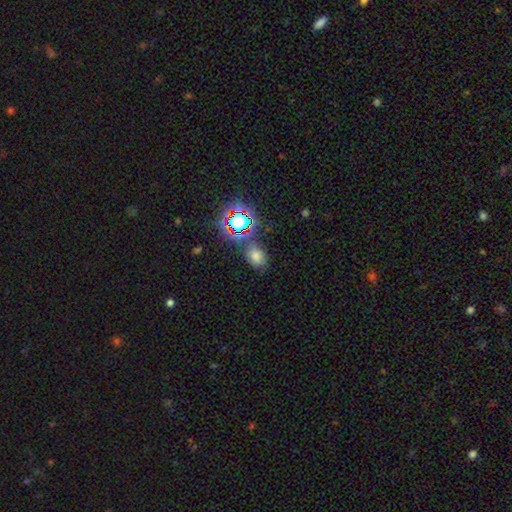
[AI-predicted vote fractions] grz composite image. It shows a smooth galaxy with no disk features (60%) that is in between round and cigar-shaped (66%). Merging: none (70%).